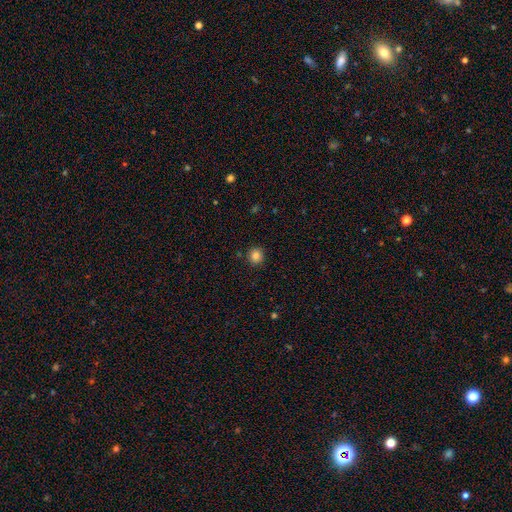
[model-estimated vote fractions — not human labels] smooth 84%, star or artifact 11%, featured or disk 5%. Down the decision tree: how rounded — round (94%); merging — none (91%).